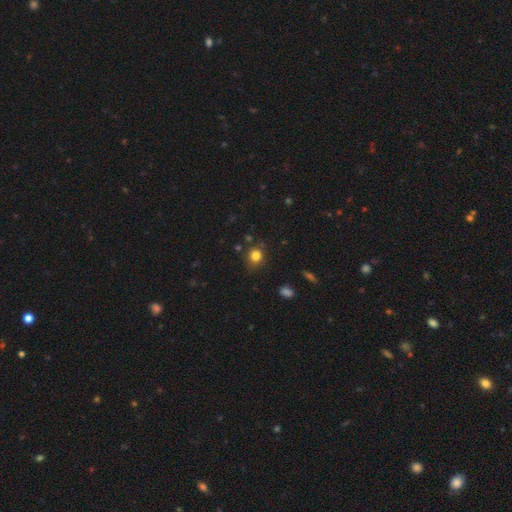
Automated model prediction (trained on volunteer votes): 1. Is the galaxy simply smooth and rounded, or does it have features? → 81% smooth, 13% star or artifact, 6% featured or disk.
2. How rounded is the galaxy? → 79% round, 20% in between, 1% cigar-shaped.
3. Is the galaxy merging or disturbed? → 80% none, 14% minor disturbance, 3% major disturbance, 3% merger.